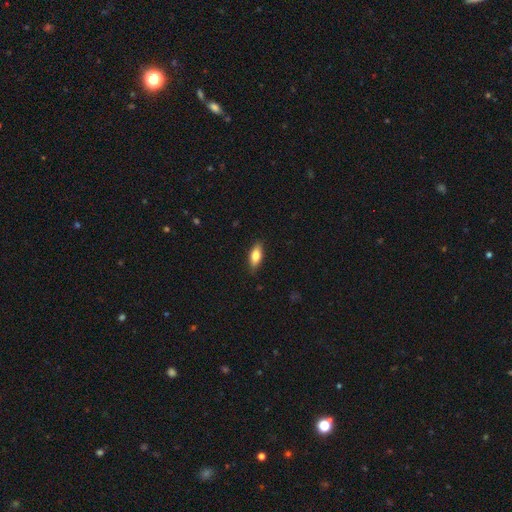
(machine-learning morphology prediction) Overall: smooth (78%). How rounded: in between (78%). Merging: none (85%).